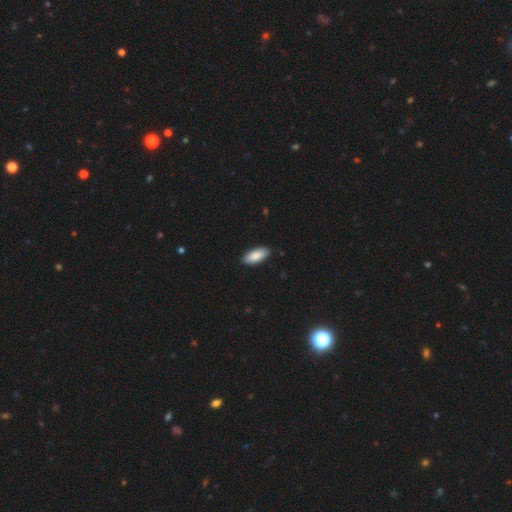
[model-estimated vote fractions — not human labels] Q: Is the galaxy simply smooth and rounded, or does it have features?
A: smooth — 88%.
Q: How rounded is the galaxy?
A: in between — 85%.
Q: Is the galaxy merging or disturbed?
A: none — 89%.